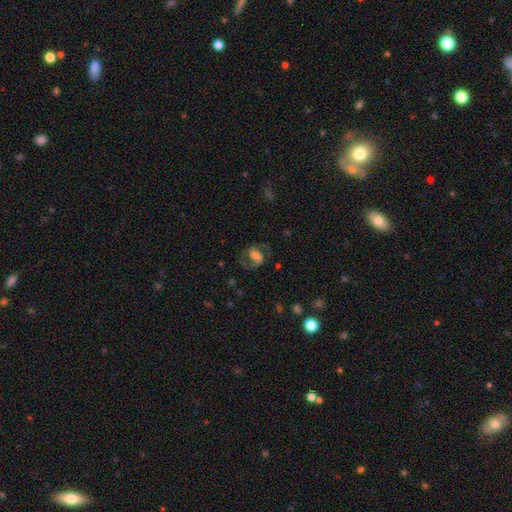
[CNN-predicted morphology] A featured or disk galaxy (74%) with a weak bar (46%), 2 (90%) medium (57%) spiral arms (92%) and a moderate central bulge (36%). Merging: none (69%).